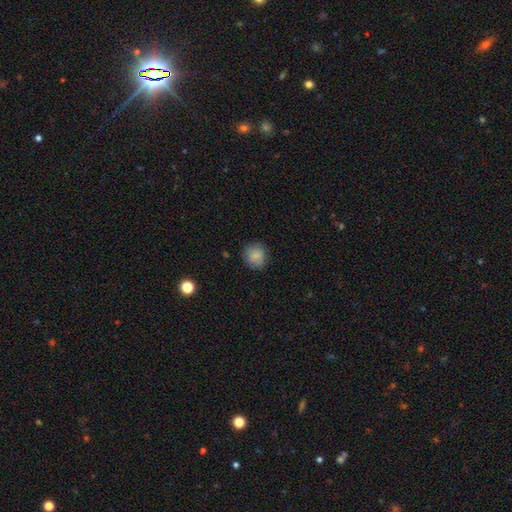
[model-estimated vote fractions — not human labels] smooth-or-featured: smooth: 83% | star or artifact: 9% | featured or disk: 8%
  how-rounded: round: 87% | in between: 12% | cigar-shaped: 1%
  merging: none: 82% | minor disturbance: 13% | major disturbance: 3% | merger: 1%